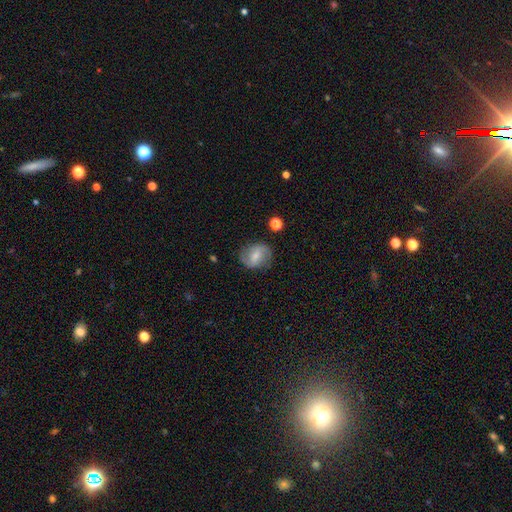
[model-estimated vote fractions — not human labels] A featured or disk galaxy (49%). Merging: none (79%).